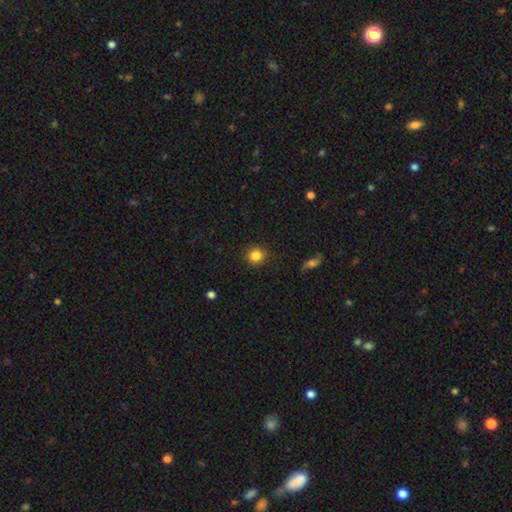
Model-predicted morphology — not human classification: Smooth or featured? smooth (85%)
How rounded? round (90%)
Merging? none (91%)